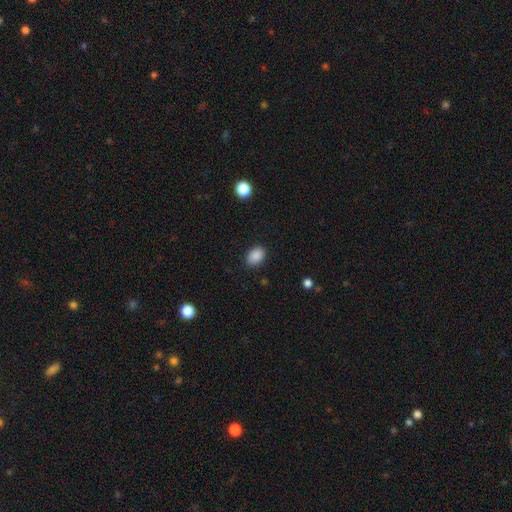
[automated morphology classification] Smooth or featured: smooth — 88% (star or artifact — 9%)
How rounded: in between — 76% (round — 23%)
Merging: none — 87% (minor disturbance — 9%)